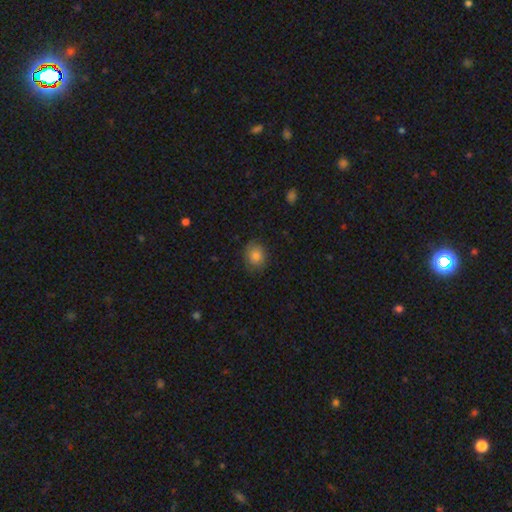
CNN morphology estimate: smooth-or-featured: smooth: 81% | star or artifact: 10% | featured or disk: 9%
  how-rounded: round: 68% | in between: 31% | cigar-shaped: 1%
  merging: none: 81% | minor disturbance: 15% | major disturbance: 3% | merger: 1%